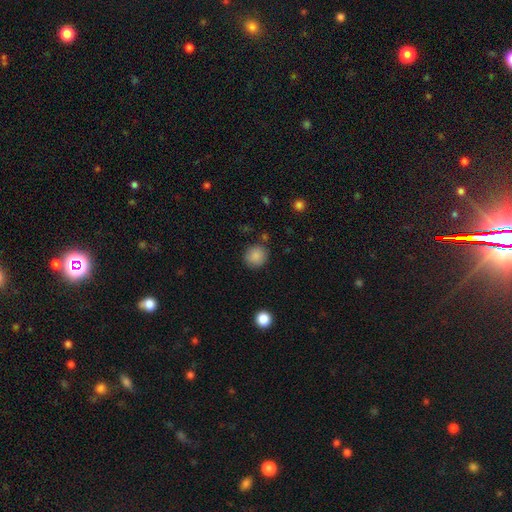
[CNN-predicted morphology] smooth 87%, star or artifact 9%, featured or disk 4%. Down the decision tree: how rounded — round (85%); merging — none (84%).